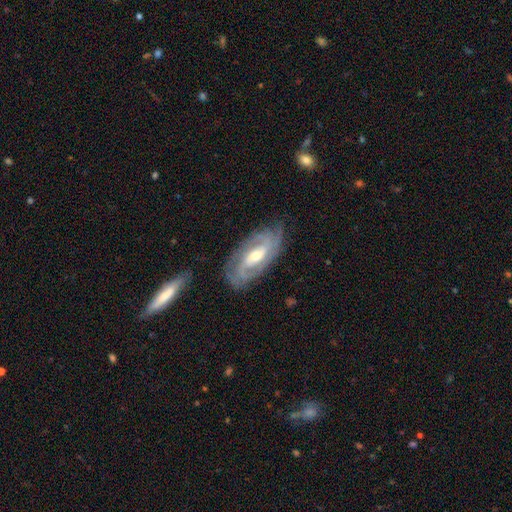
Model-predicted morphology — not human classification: Overall: featured or disk (87%). Edge-on disk: no (93%). Bar: weak (42%; no 34%). Spiral arms: yes (97%). Spiral arm count: 2 (43%; 3 25%). Spiral winding: tight (62%; medium 31%). Bulge size: moderate (64%; small 30%). Merging: none (80%).